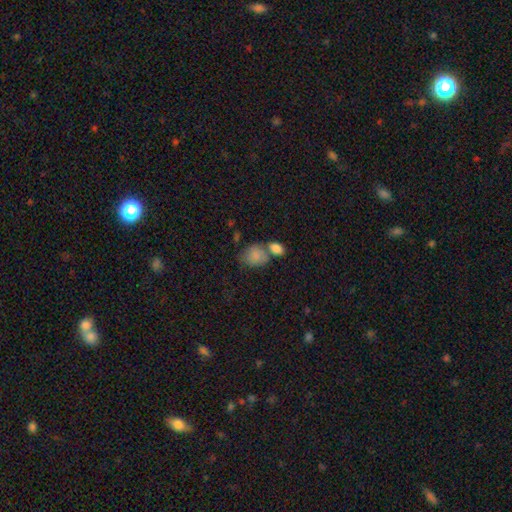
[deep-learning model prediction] A smooth galaxy with no disk features (84%) that is in between round and cigar-shaped (58%). Merging: merger (39%).